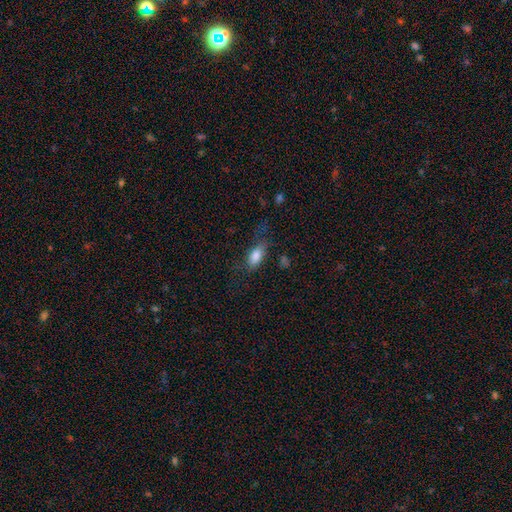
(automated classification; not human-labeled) Smooth or featured? smooth (81%)
How rounded? in between (84%)
Merging? none (53%)